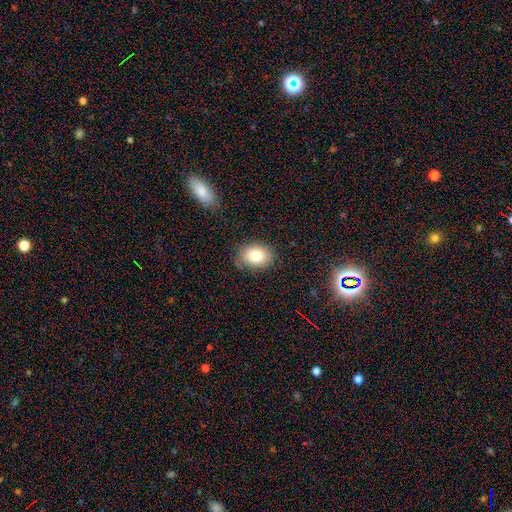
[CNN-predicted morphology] Q: Smooth or featured?
A: smooth (82%); runner-up: featured or disk (9%)
Q: How rounded?
A: in between (69%); runner-up: round (30%)
Q: Merging?
A: none (82%); runner-up: minor disturbance (14%)